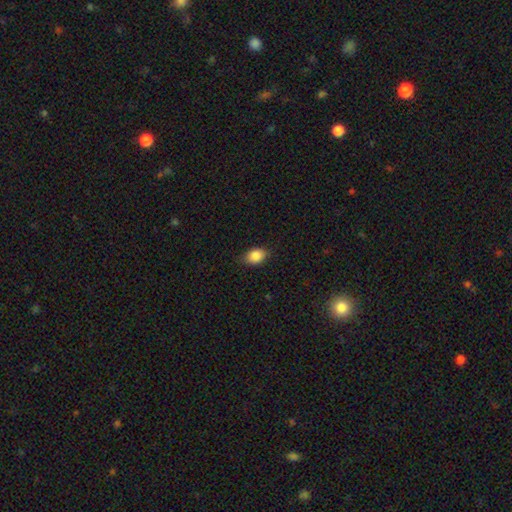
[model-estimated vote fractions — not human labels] This appears to be a smooth galaxy with no disk features (87%) that is in between round and cigar-shaped (73%). Merging: none (79%).